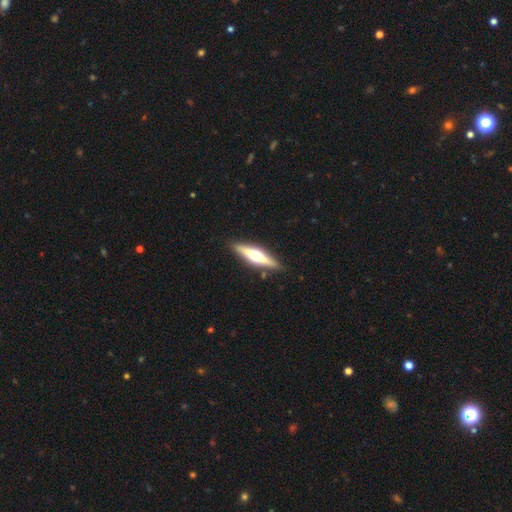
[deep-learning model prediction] A featured or disk galaxy (70%) viewed edge-on (97%) with a rounded central bulge (94%).

Vote fractions:
- Smooth or featured? featured or disk: 70% / smooth: 25% / star or artifact: 5%
- Edge-on disk? yes: 97% / no: 3%
- Edge-on bulge? rounded: 94% / boxy: 4% / none: 2%
- Merging? none: 89% / minor disturbance: 8% / major disturbance: 2% / merger: 2%